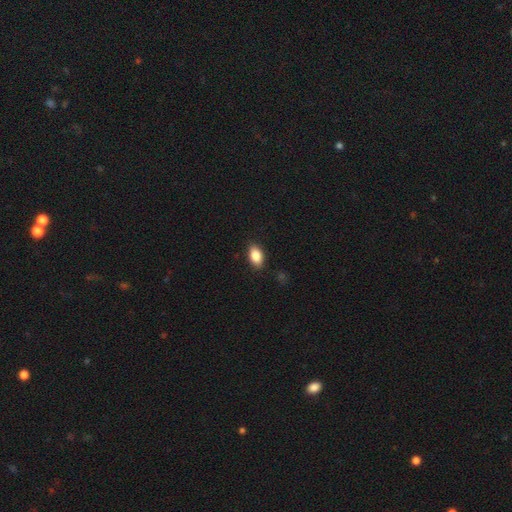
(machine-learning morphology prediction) smooth-or-featured: smooth: 87% | star or artifact: 8% | featured or disk: 5%
  how-rounded: in between: 90% | round: 7% | cigar-shaped: 3%
  merging: none: 87% | minor disturbance: 10% | major disturbance: 2% | merger: 1%